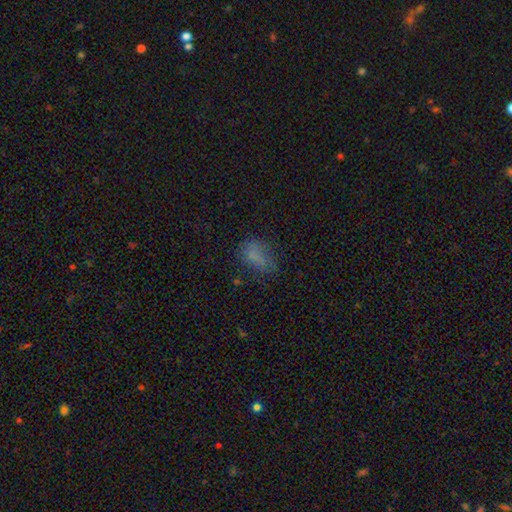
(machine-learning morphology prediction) smooth 72%, star or artifact 15%, featured or disk 12%. Down the decision tree: how rounded — in between (85%); merging — none (54%).